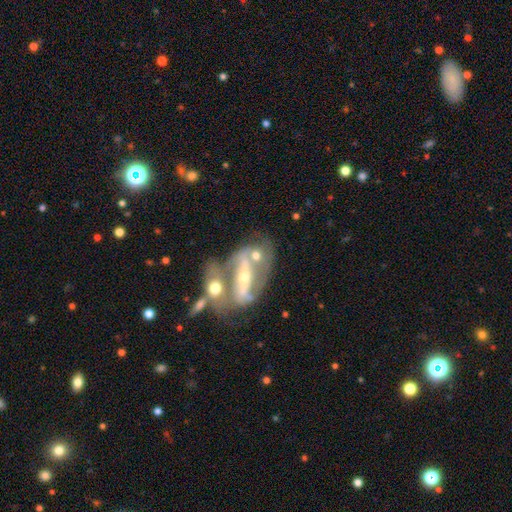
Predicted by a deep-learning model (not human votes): Overall: featured or disk (69%). Edge-on disk: no (83%). Bar: strong (46%; no 31%). Spiral arms: yes (53%; no 47%). Bulge size: moderate (49%; small 41%). Merging: merger (50%; none 29%).